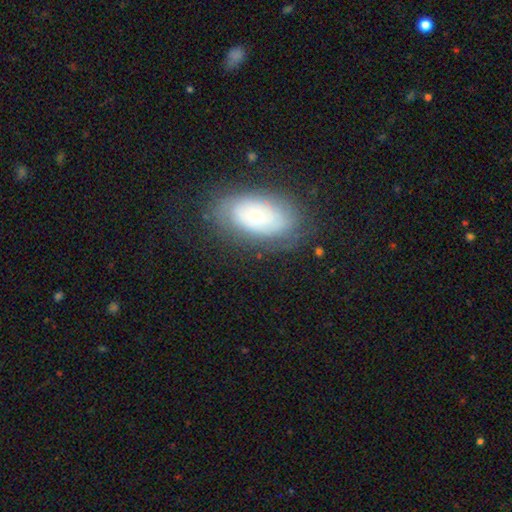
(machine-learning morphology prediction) featured or disk 45%, smooth 43%, star or artifact 12%. Down the decision tree: merging — none (77%).